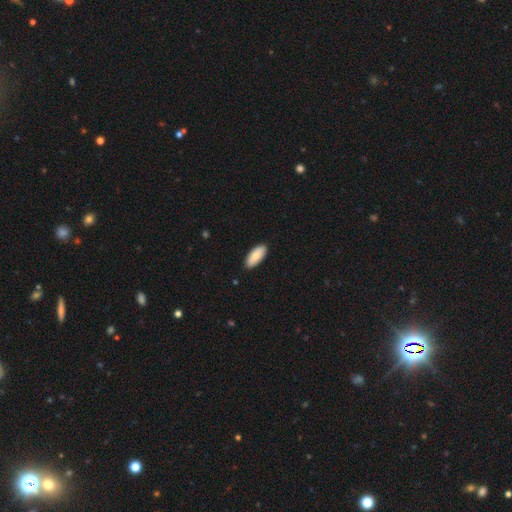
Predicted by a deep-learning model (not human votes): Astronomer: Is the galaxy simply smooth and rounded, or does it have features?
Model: smooth — 85%.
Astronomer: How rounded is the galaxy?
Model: in between — 86%.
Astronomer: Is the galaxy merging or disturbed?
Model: none — 89%.